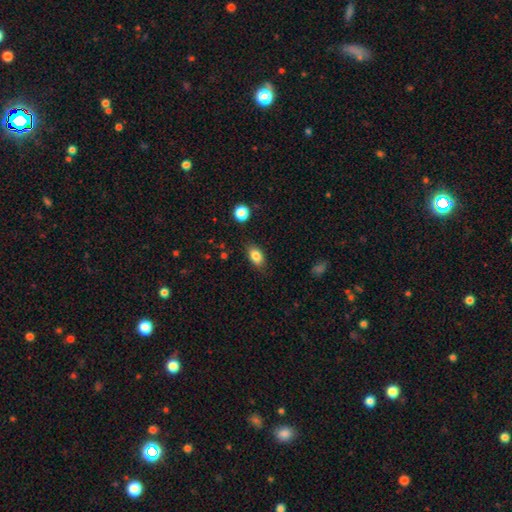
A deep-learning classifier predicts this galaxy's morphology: Overall: smooth (83%). How rounded: in between (86%). Merging: none (82%).